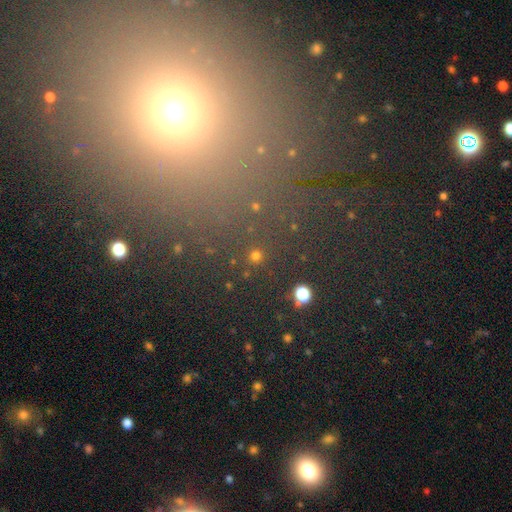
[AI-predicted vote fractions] Smooth or featured?
  - smooth: 72% *
  - star or artifact: 23%
  - featured or disk: 5%
How rounded?
  - round: 95% *
  - in between: 4%
  - cigar-shaped: 1%
Merging?
  - none: 89% *
  - minor disturbance: 5%
  - merger: 3%
  - major disturbance: 3%